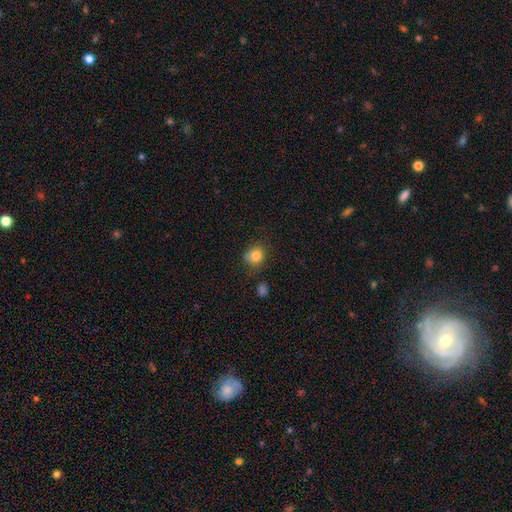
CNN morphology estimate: The model was most divided on "how rounded": round: 72%, in between: 27%, cigar-shaped: 1%. More confident: smooth or featured — smooth (82%); merging — none (69%).